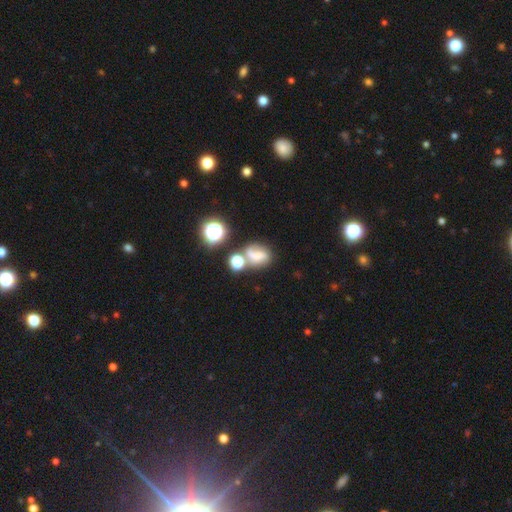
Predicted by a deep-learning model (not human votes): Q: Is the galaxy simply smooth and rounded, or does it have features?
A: smooth — 49%.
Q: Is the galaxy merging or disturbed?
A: none — 38%.